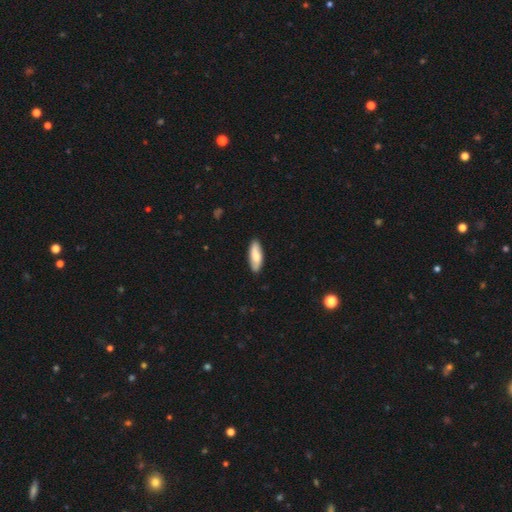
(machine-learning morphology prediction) Q: Smooth or featured?
A: smooth (68%); runner-up: featured or disk (26%)
Q: How rounded?
A: in between (64%); runner-up: cigar-shaped (34%)
Q: Merging?
A: none (88%); runner-up: minor disturbance (9%)